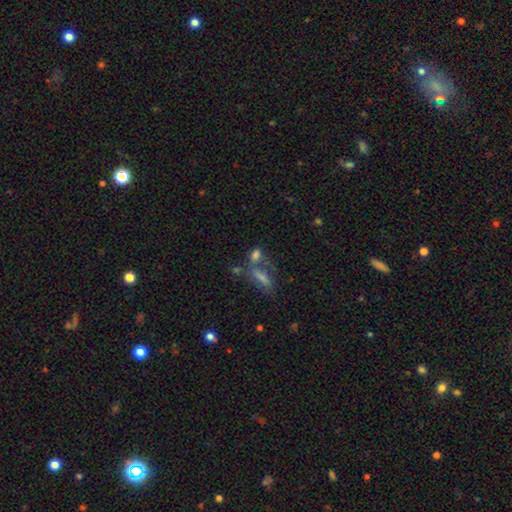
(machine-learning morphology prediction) Smooth or featured? smooth (65%)
How rounded? in between (61%)
Merging? none (41%)